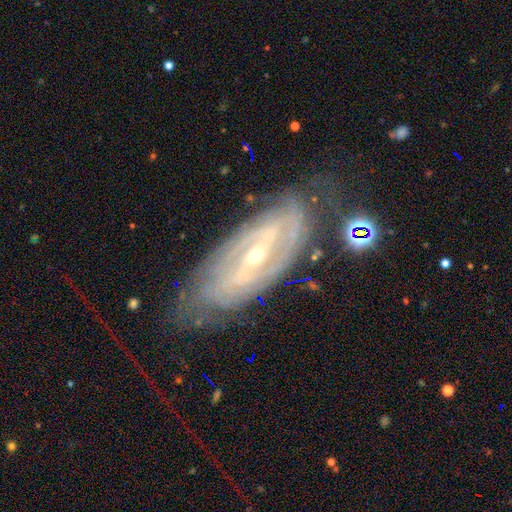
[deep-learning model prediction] Morphology: type=featured or disk (86%); edge-on=no (89%); bar=strong (42%); spiral arms=yes (93%); winding=tight (64%); arm count=2 (42%); bulge=small (64%); merging=none (71%).